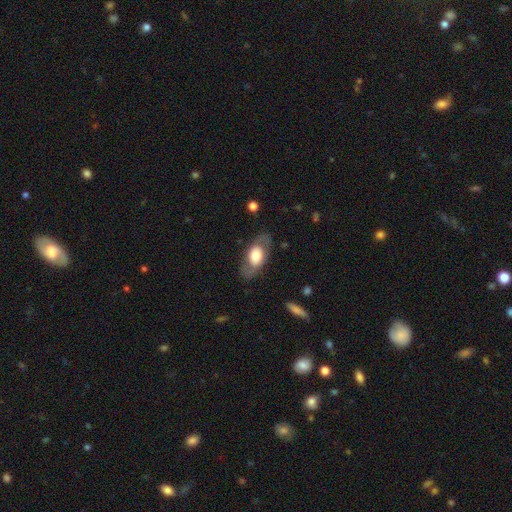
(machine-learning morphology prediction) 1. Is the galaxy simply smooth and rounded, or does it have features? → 49% smooth, 45% featured or disk, 6% star or artifact.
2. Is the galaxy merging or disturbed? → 76% none, 14% minor disturbance, 8% major disturbance, 1% merger.